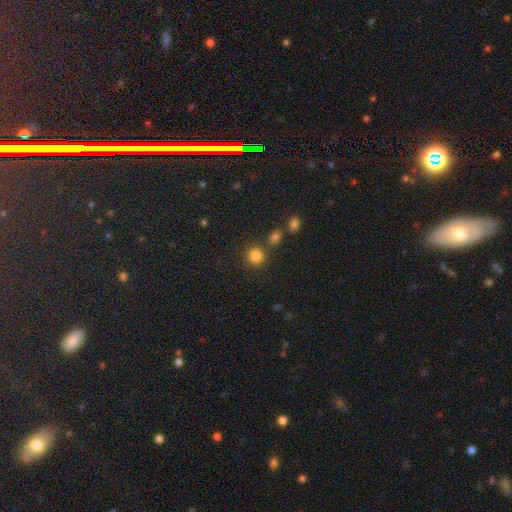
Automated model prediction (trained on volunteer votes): Smooth or featured: smooth — 83% (star or artifact — 12%)
How rounded: round — 91% (in between — 8%)
Merging: none — 79% (merger — 9%)